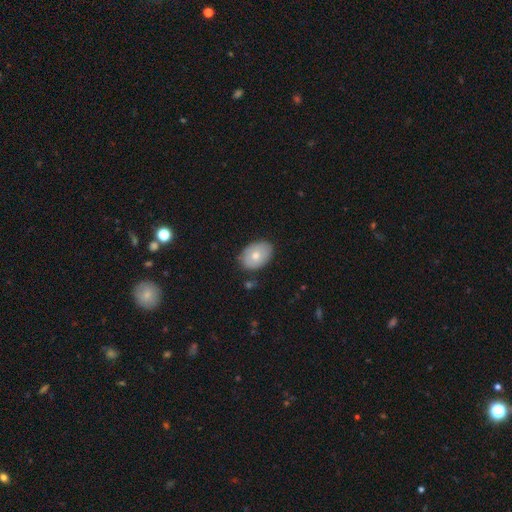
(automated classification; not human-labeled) Smooth or featured: smooth — 70% (featured or disk — 24%)
How rounded: in between — 83% (round — 16%)
Merging: none — 79% (minor disturbance — 16%)